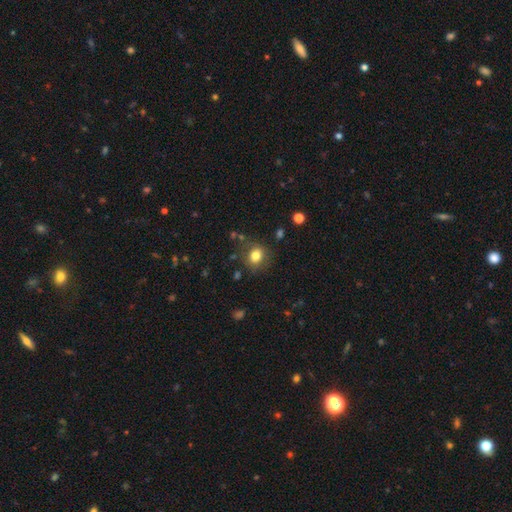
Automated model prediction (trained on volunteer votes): Smooth or featured: smooth — 80% (star or artifact — 11%)
How rounded: round — 67% (in between — 32%)
Merging: none — 78% (minor disturbance — 14%)